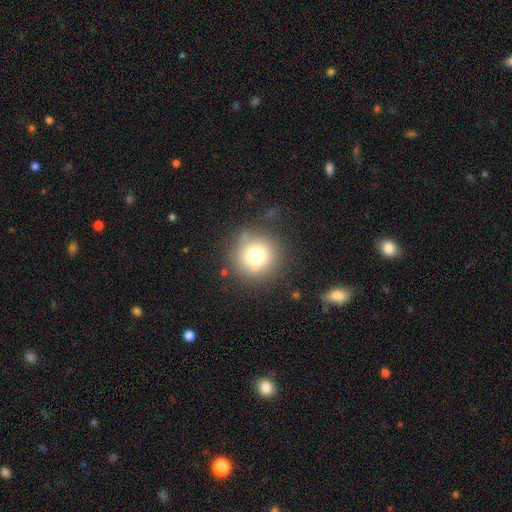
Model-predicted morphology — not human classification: Q: Smooth or featured?
A: smooth (74%); runner-up: star or artifact (13%)
Q: How rounded?
A: round (95%); runner-up: in between (4%)
Q: Merging?
A: none (78%); runner-up: minor disturbance (13%)